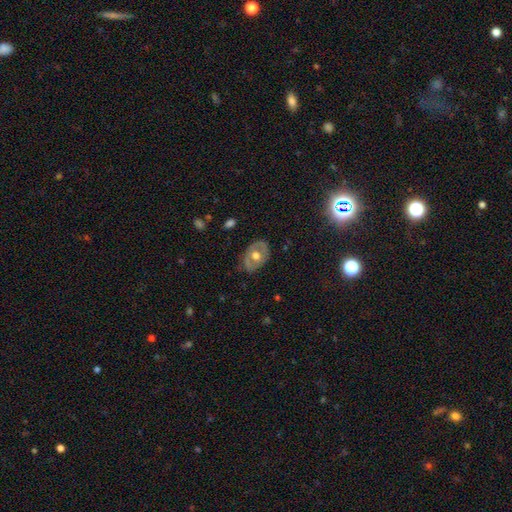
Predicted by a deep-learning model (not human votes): Q: Smooth or featured?
A: featured or disk (55%); runner-up: smooth (38%)
Q: Edge-on disk?
A: no (91%); runner-up: yes (9%)
Q: Bar?
A: no (83%); runner-up: weak (13%)
Q: Spiral arms?
A: no (80%); runner-up: yes (20%)
Q: Bulge size?
A: moderate (72%); runner-up: large (20%)
Q: Merging?
A: none (76%); runner-up: minor disturbance (18%)